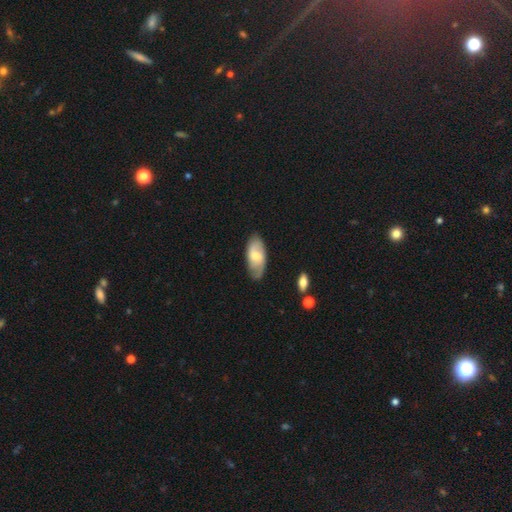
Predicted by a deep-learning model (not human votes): Smooth or featured? featured or disk (47%, tied with smooth)
Merging? none (77%)